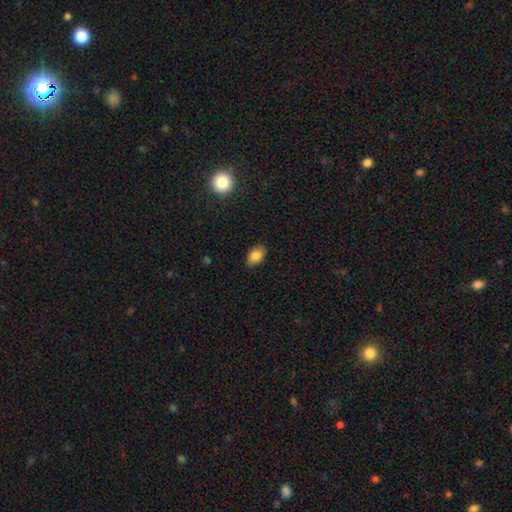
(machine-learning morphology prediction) Smooth or featured? Predicted: smooth (p=0.85). How rounded? Predicted: in between (p=0.87). Merging? Predicted: none (p=0.85).